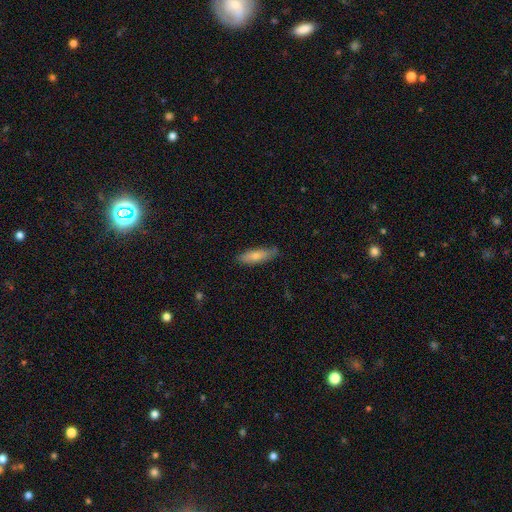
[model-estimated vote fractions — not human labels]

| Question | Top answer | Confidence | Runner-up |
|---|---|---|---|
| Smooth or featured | smooth | 74% | featured or disk (19%) |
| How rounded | cigar-shaped | 52% | in between (46%) |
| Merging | none | 76% | minor disturbance (19%) |